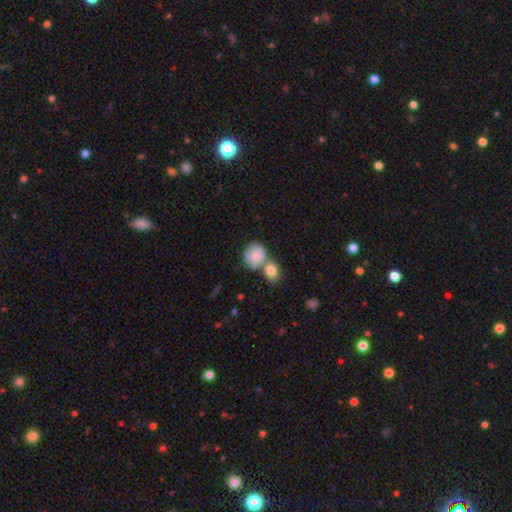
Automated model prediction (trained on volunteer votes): The model was most divided on "merging": merger: 51%, none: 33%, minor disturbance: 12%, major disturbance: 4%. More confident: smooth or featured — smooth (78%); how rounded — round (75%).